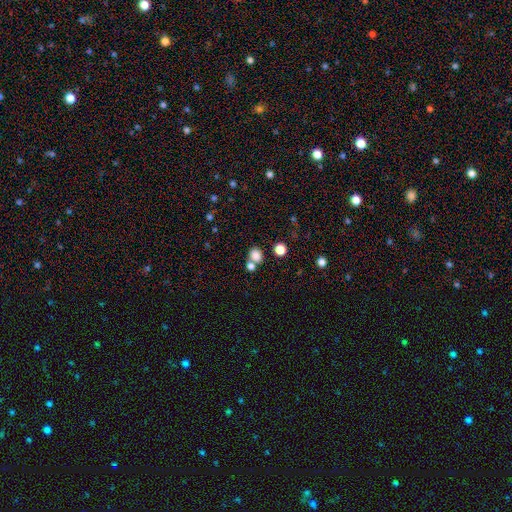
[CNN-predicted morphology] Smooth or featured: smooth — 80% (star or artifact — 14%)
How rounded: round — 61% (in between — 38%)
Merging: none — 56% (merger — 30%)